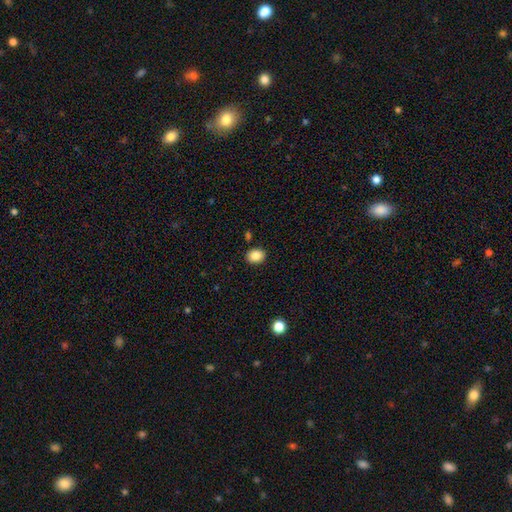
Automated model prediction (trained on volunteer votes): Overall: smooth (87%). How rounded: round (51%; in between 48%). Merging: none (88%).